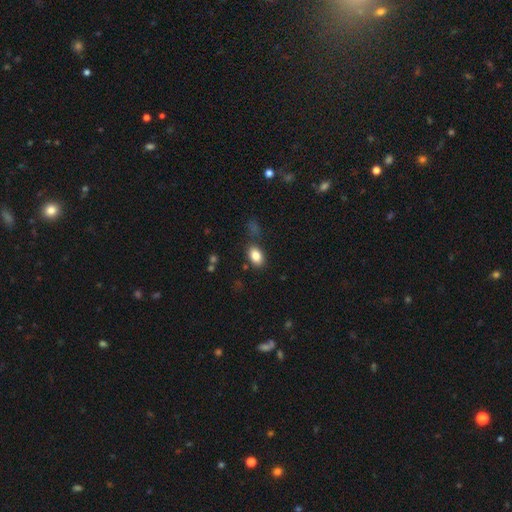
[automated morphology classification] A smooth galaxy with no disk features (84%) that is in between round and cigar-shaped (88%). Merging: none (78%).